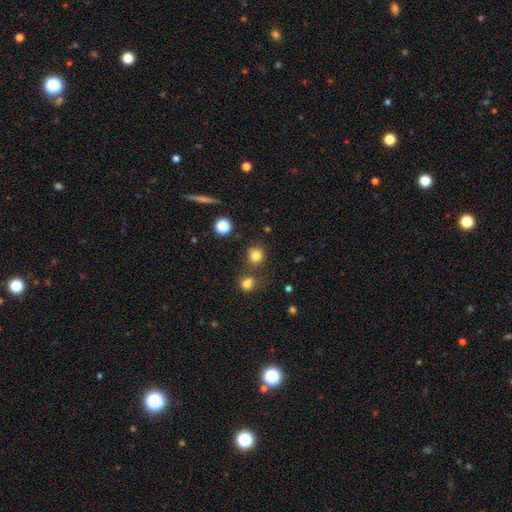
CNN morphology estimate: Smooth or featured?
  - smooth: 80% *
  - star or artifact: 14%
  - featured or disk: 6%
How rounded?
  - round: 88% *
  - in between: 11%
  - cigar-shaped: 1%
Merging?
  - none: 75% *
  - merger: 12%
  - minor disturbance: 9%
  - major disturbance: 3%